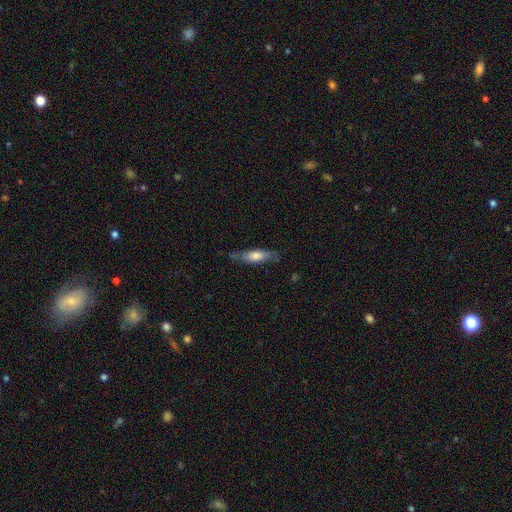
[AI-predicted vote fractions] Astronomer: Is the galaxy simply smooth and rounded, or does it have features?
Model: smooth — 62%.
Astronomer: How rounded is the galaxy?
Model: cigar-shaped — 56% (runner-up: in between, 42%).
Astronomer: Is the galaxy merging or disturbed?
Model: none — 66%.